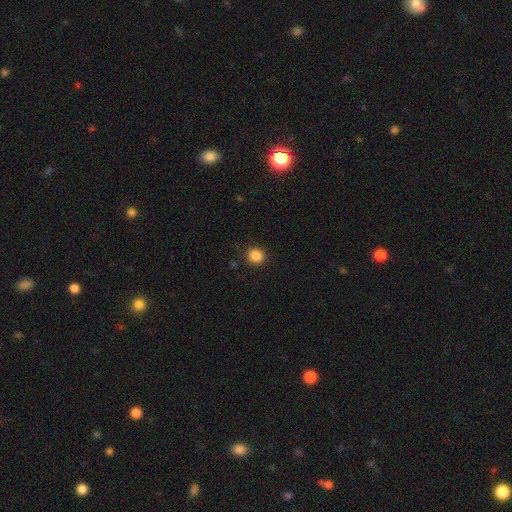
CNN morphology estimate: This is clearly a smooth galaxy (87%). How rounded: clearly round (89%). Merging: clearly none (90%).